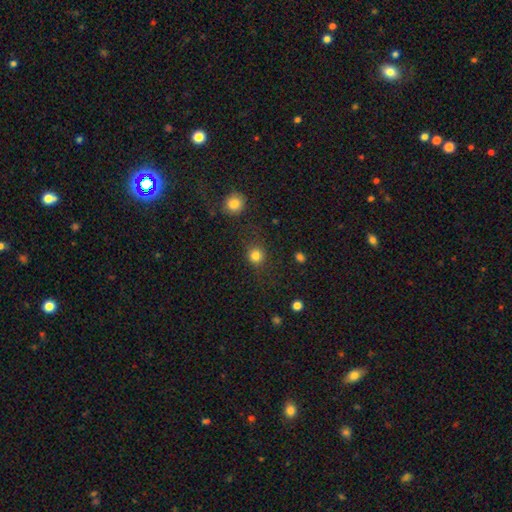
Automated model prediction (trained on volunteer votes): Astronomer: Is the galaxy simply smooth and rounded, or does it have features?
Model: smooth — 82%.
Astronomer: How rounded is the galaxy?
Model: round — 89%.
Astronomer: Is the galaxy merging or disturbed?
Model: none — 83%.